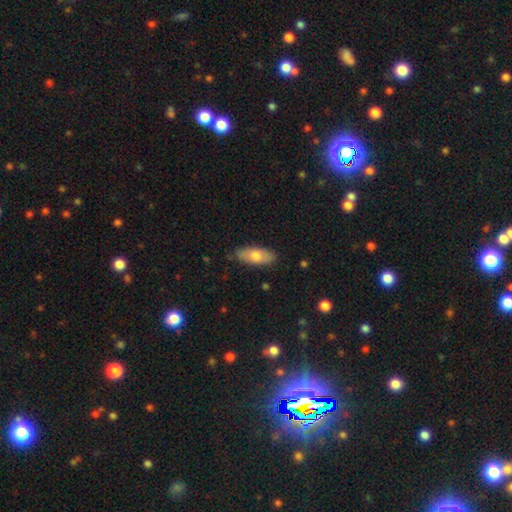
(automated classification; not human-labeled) Smooth or featured? Predicted: smooth (p=0.71). How rounded? Predicted: in between (p=0.81). Merging? Predicted: none (p=0.81).